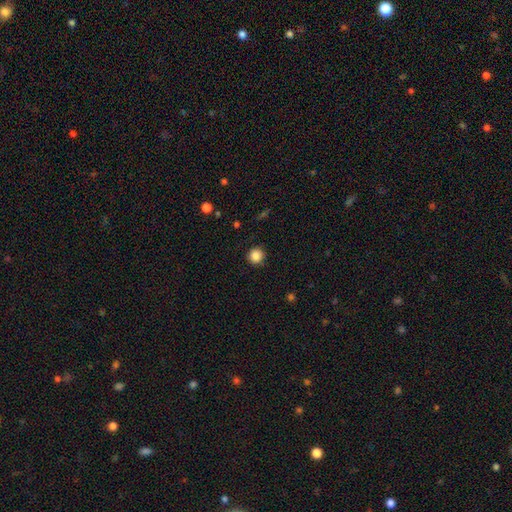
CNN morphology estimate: Overall: smooth (85%). How rounded: round (94%). Merging: none (91%).